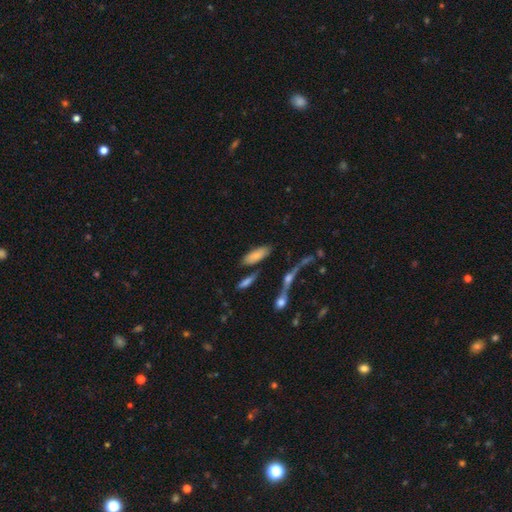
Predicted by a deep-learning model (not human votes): A smooth galaxy with no disk features (74%) that is in between round and cigar-shaped (77%).

Vote fractions:
- Smooth or featured? smooth: 74% / featured or disk: 17% / star or artifact: 9%
- How rounded? in between: 77% / cigar-shaped: 20% / round: 3%
- Merging? none: 69% / minor disturbance: 14% / merger: 12% / major disturbance: 5%